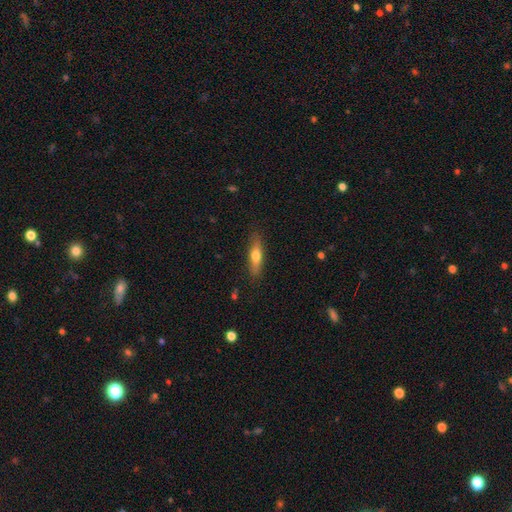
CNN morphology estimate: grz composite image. It shows a smooth galaxy with no disk features (60%) that is cigar-shaped (69%). Merging: none (84%).